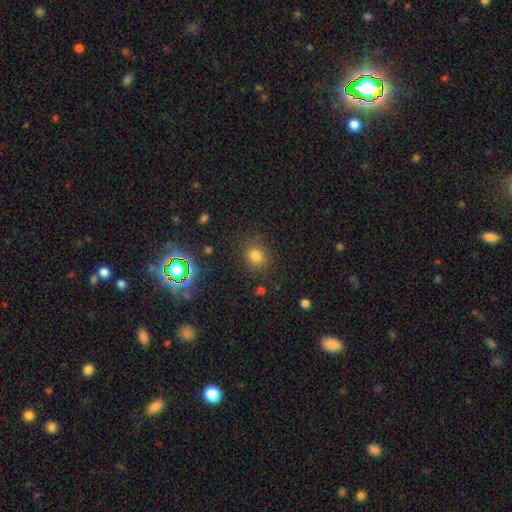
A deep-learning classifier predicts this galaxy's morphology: smooth 75%, star or artifact 19%, featured or disk 7%. Down the decision tree: how rounded — round (77%); merging — none (82%).